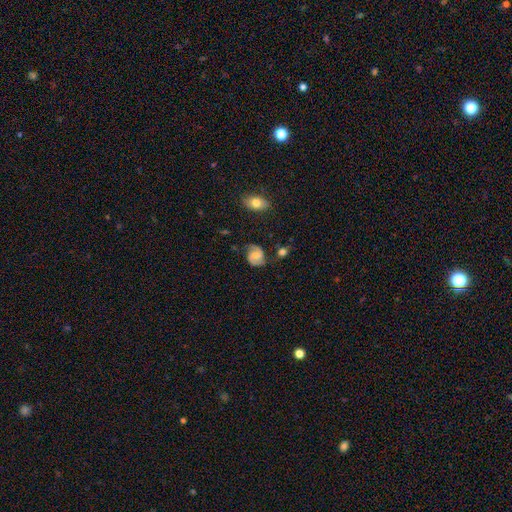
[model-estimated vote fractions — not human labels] smooth-or-featured: featured or disk: 76% | smooth: 17% | star or artifact: 7%
  disk-edge-on: no: 98% | yes: 2%
    bar: no: 47% | weak: 42% | strong: 12%
    has-spiral-arms: yes: 96% | no: 4%
      spiral-winding: medium: 52% | tight: 29% | loose: 19%
      spiral-arm-count: 2: 91% | can't tell: 4% | 1: 2% | 3: 1% | 4: 1% | more than 4: 1%
    bulge-size: moderate: 40% | small: 38% | none: 16% | large: 4% | dominant: 1%
  merging: none: 75% | minor disturbance: 16% | major disturbance: 5% | merger: 4%